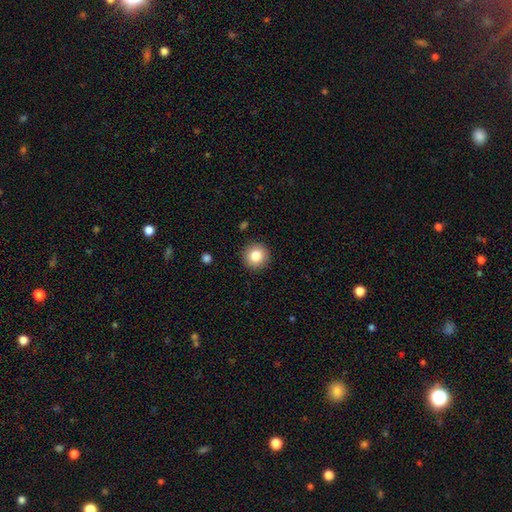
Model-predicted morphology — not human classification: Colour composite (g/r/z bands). It shows a smooth galaxy with no disk features (83%) that is round (95%). Merging: none (92%).